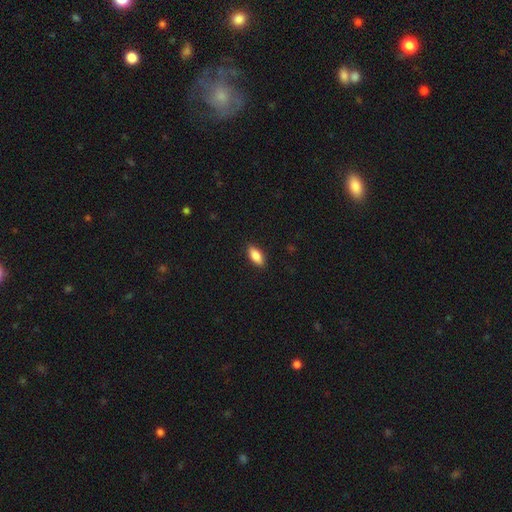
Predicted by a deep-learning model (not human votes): Q: Smooth or featured?
A: smooth (83%); runner-up: featured or disk (10%)
Q: How rounded?
A: in between (83%); runner-up: cigar-shaped (15%)
Q: Merging?
A: none (88%); runner-up: minor disturbance (9%)